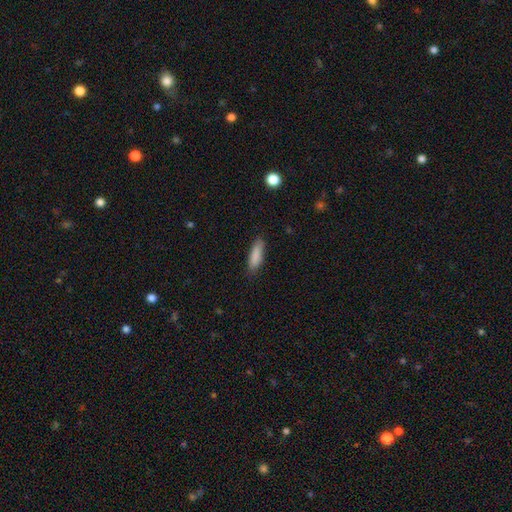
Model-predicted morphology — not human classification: smooth 87%, featured or disk 7%, star or artifact 6%. Down the decision tree: how rounded — cigar-shaped (60%); merging — none (83%).